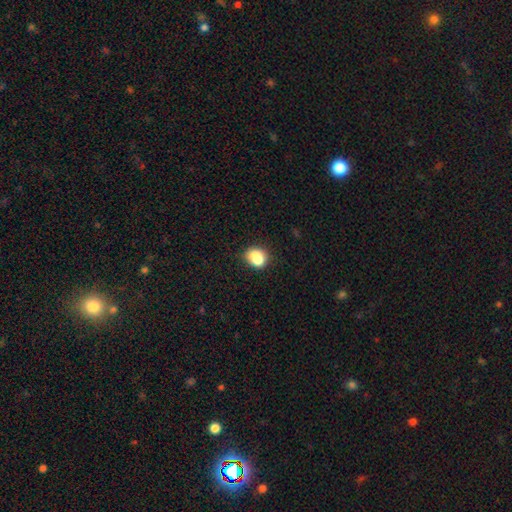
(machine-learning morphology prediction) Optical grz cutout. It shows a smooth galaxy with no disk features (80%) that is round (59%). Merging: none (53%).